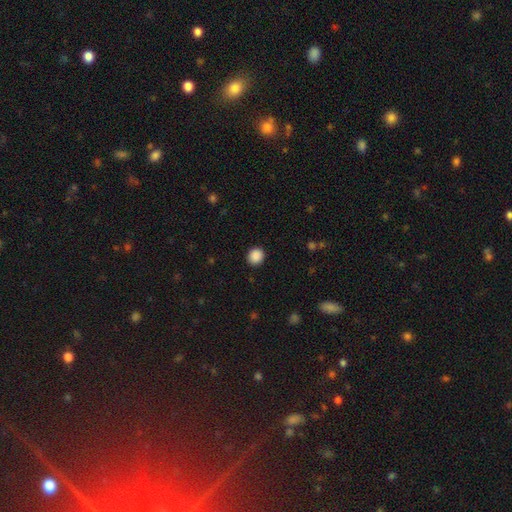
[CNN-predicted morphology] Overall: smooth (89%). How rounded: round (87%). Merging: none (92%).